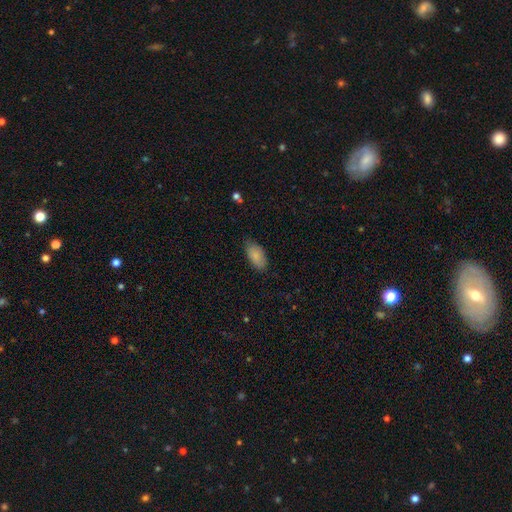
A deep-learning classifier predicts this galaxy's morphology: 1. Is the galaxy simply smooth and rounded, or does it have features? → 84% smooth, 9% featured or disk, 6% star or artifact.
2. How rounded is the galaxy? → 93% in between, 4% cigar-shaped, 3% round.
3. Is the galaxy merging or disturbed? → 79% none, 17% minor disturbance, 3% major disturbance, 1% merger.